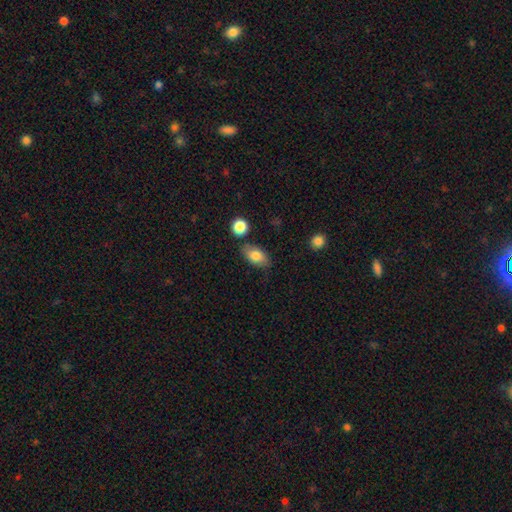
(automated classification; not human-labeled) smooth 81%, featured or disk 11%, star or artifact 7%. Down the decision tree: how rounded — in between (90%); merging — none (78%).